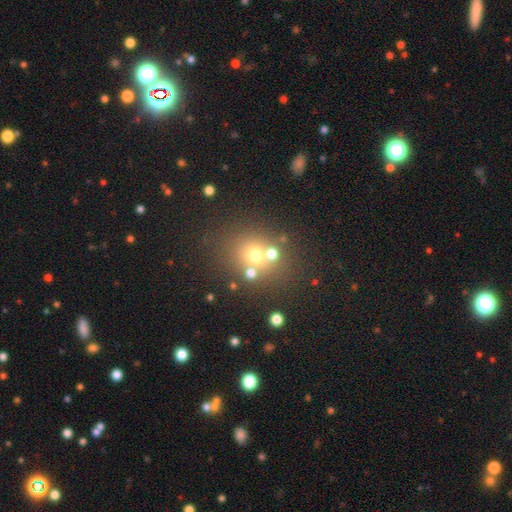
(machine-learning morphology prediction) A smooth galaxy with no disk features (62%) that is round (76%). Merging: none (61%).